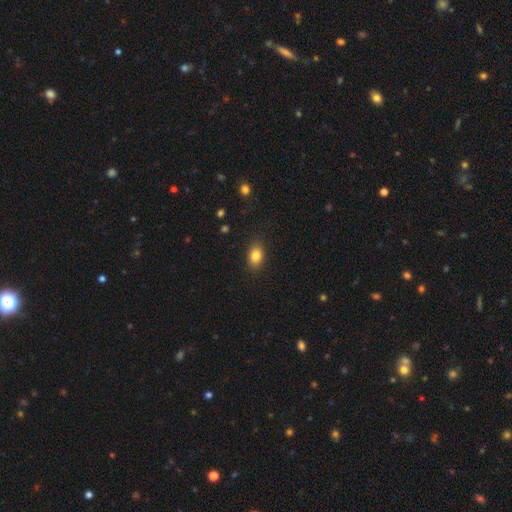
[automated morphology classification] Smooth or featured? smooth (83%)
How rounded? in between (75%)
Merging? none (87%)